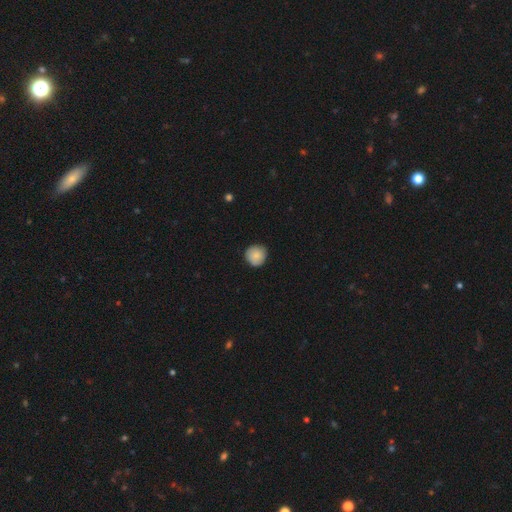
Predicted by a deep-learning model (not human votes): Smooth or featured: smooth — 85% (featured or disk — 8%)
How rounded: round — 93% (in between — 6%)
Merging: none — 84% (minor disturbance — 13%)